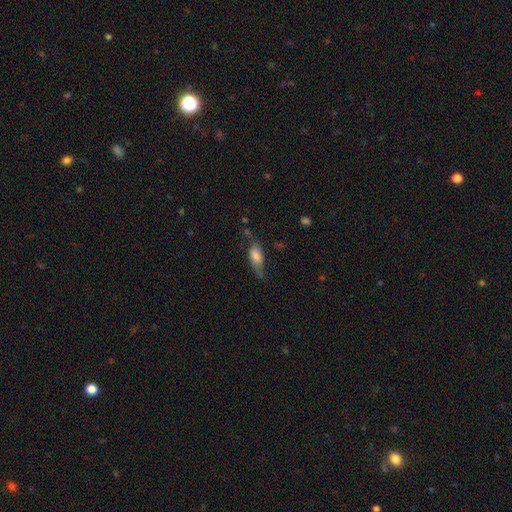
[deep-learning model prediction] A smooth galaxy with no disk features (68%) that is in between round and cigar-shaped (75%).

Vote fractions:
- Smooth or featured? smooth: 68% / featured or disk: 24% / star or artifact: 8%
- How rounded? in between: 75% / cigar-shaped: 21% / round: 4%
- Merging? none: 44% / minor disturbance: 35% / major disturbance: 18% / merger: 4%